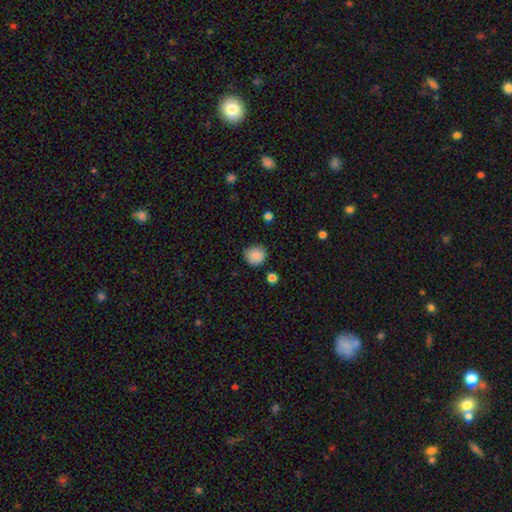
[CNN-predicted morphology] smooth-or-featured: smooth: 86% | star or artifact: 9% | featured or disk: 5%
  how-rounded: round: 88% | in between: 11% | cigar-shaped: 1%
  merging: none: 78% | minor disturbance: 17% | major disturbance: 3% | merger: 2%